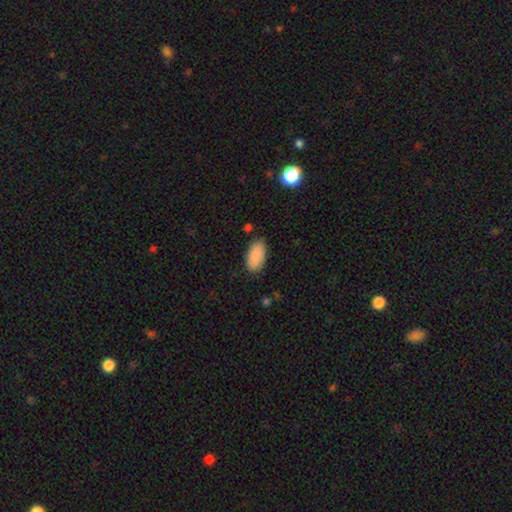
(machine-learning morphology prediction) smooth-or-featured: smooth: 90% | star or artifact: 6% | featured or disk: 4%
  how-rounded: in between: 94% | cigar-shaped: 3% | round: 2%
  merging: none: 83% | minor disturbance: 13% | major disturbance: 3% | merger: 2%